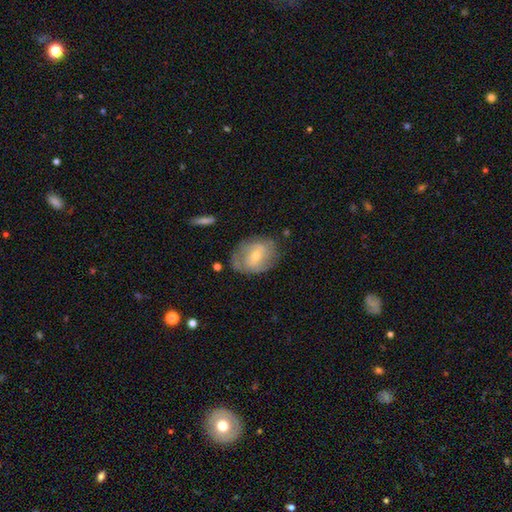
A smooth galaxy with no disk features (52%) that is in between round and cigar-shaped (62%).

Vote fractions:
- Smooth or featured? smooth: 52% / featured or disk: 45% / star or artifact: 2%
- How rounded? in between: 62% / round: 38% / cigar-shaped: 0%
- Merging? none: 69% / minor disturbance: 28% / major disturbance: 3% / merger: 0%